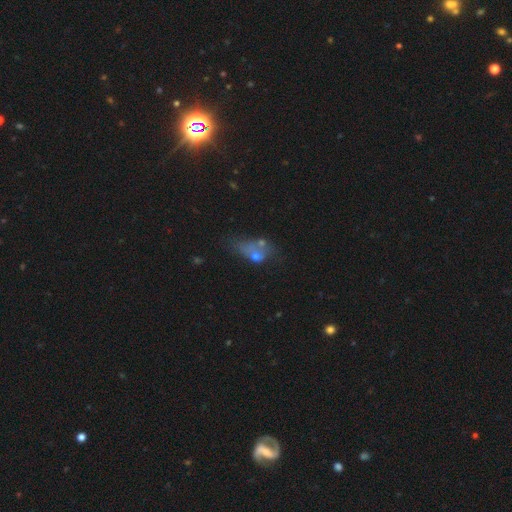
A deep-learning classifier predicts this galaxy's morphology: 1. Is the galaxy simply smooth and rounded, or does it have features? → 50% smooth, 33% featured or disk, 17% star or artifact.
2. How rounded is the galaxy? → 70% in between, 27% round, 3% cigar-shaped.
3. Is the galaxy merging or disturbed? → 32% major disturbance, 29% merger, 22% none, 17% minor disturbance.